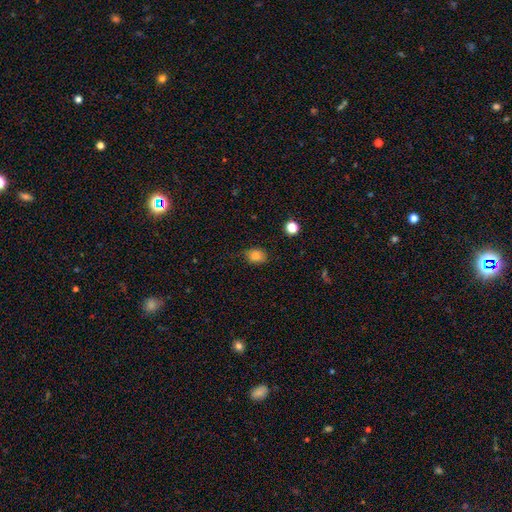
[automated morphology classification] smooth 78%, featured or disk 11%, star or artifact 11%. Down the decision tree: how rounded — in between (61%); merging — none (65%).